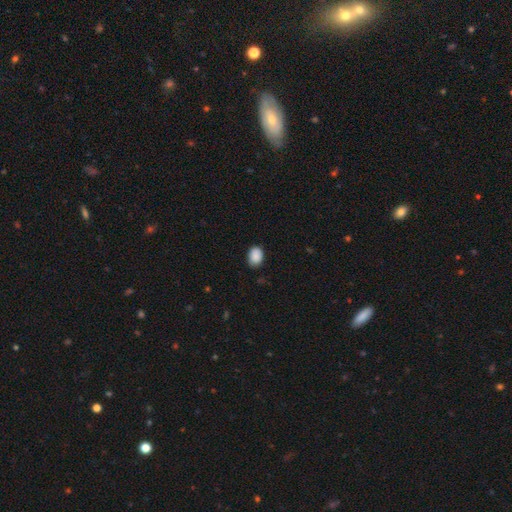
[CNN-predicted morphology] This is clearly a smooth galaxy (89%). How rounded: likely in between (68%). Merging: clearly none (82%).